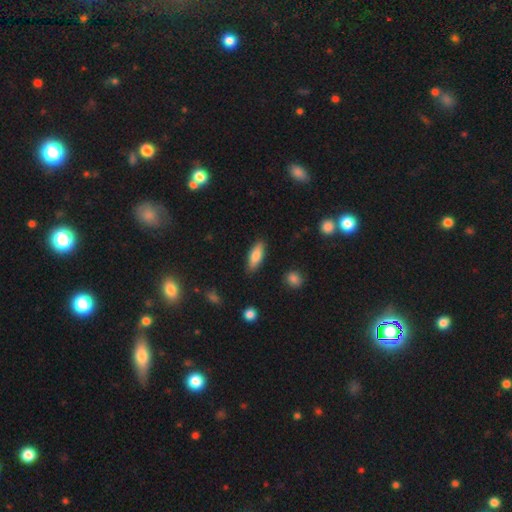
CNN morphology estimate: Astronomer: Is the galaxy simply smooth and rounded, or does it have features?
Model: smooth — 78%.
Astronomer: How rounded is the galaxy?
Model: in between — 64%.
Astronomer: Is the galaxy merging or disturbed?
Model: none — 86%.